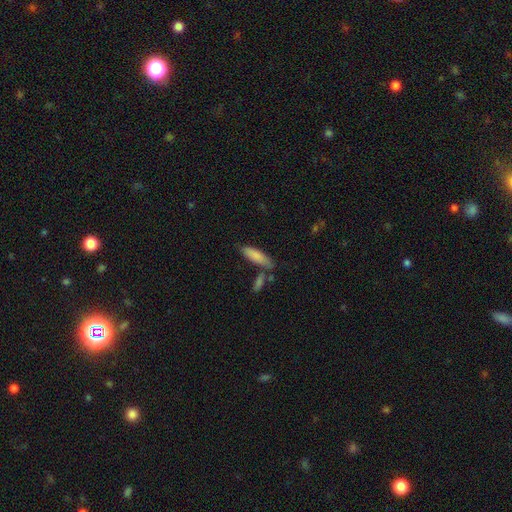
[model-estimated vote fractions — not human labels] This is clearly a smooth galaxy (84%). How rounded: possibly cigar-shaped (58%). Merging: likely none (67%).